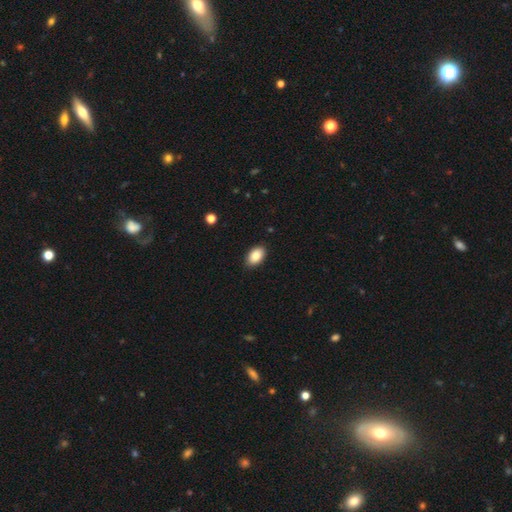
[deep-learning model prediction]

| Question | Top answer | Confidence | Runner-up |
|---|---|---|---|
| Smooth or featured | smooth | 86% | star or artifact (7%) |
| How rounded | in between | 92% | round (7%) |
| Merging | none | 88% | minor disturbance (9%) |